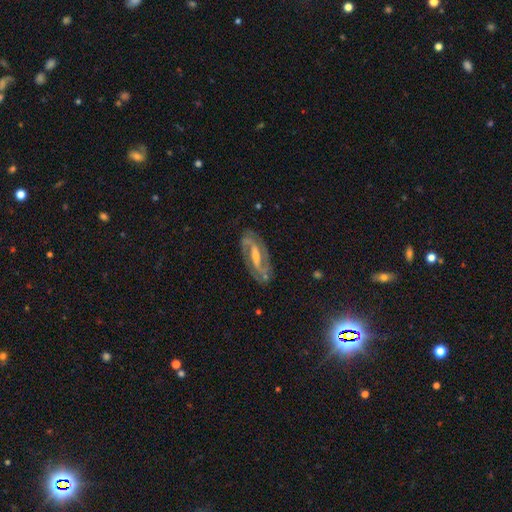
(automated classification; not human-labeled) Morphology: type=featured or disk (86%); edge-on=no (92%); bar=strong (47%); spiral arms=yes (95%); winding=medium (49%); arm count=2 (88%); bulge=moderate (48%); merging=none (80%).